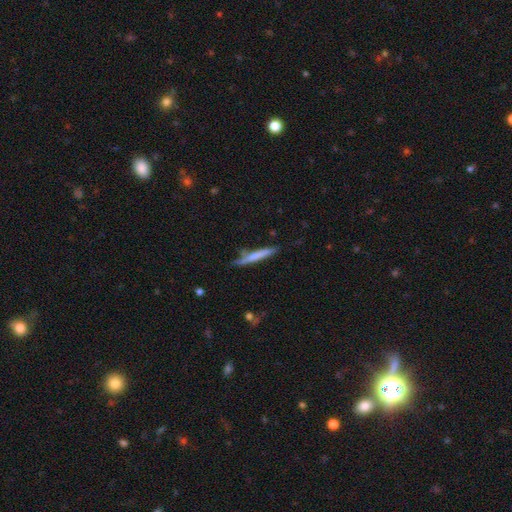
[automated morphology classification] smooth-or-featured: smooth: 60% | featured or disk: 34% | star or artifact: 6%
  how-rounded: cigar-shaped: 94% | in between: 4% | round: 1%
  merging: none: 71% | minor disturbance: 19% | merger: 5% | major disturbance: 4%